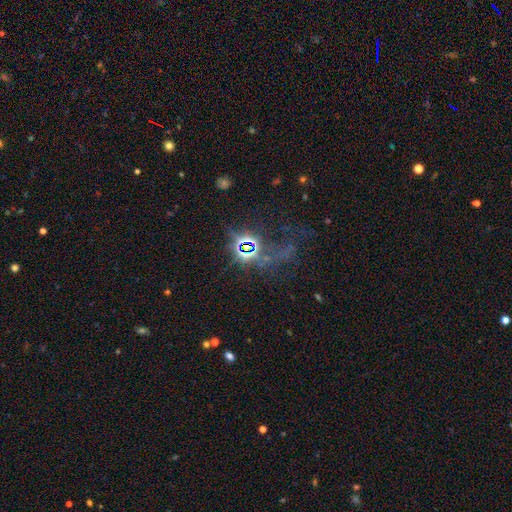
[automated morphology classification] Smooth or featured: featured or disk — 38% (star or artifact — 35%)
Merging: major disturbance — 39% (none — 25%)